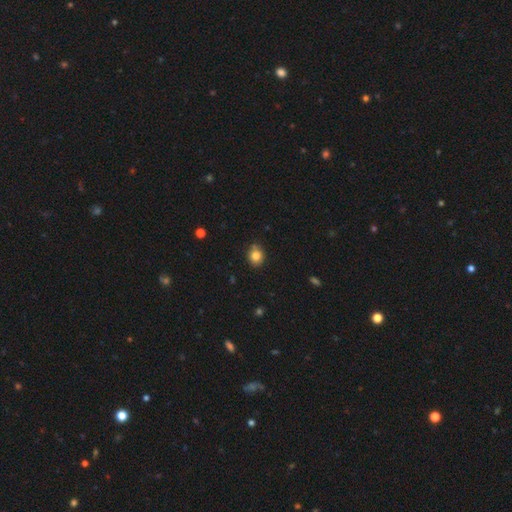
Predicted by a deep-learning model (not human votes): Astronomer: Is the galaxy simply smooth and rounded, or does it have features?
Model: smooth — 83%.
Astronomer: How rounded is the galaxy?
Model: round — 70%.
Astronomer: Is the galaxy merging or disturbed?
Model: none — 82%.